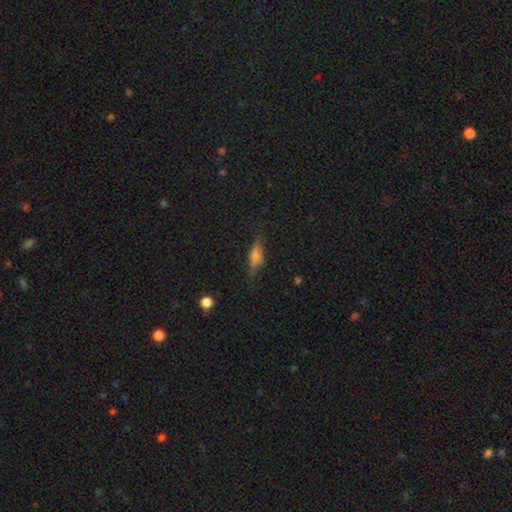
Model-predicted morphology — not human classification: This is possibly a smooth galaxy (53%). How rounded: possibly in between (49%). Merging: likely none (71%).